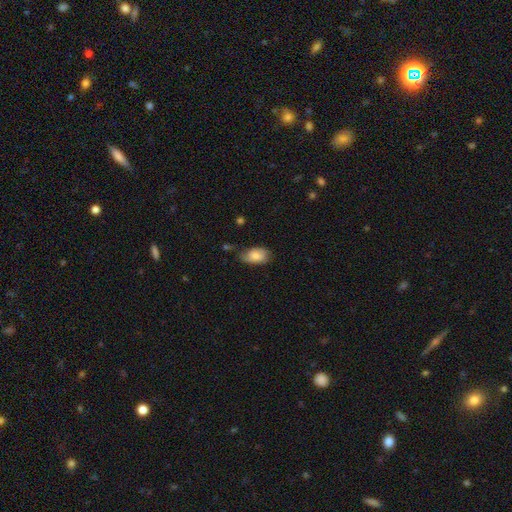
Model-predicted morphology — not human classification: Overall: smooth (81%). How rounded: in between (92%). Merging: none (57%; minor disturbance 32%).